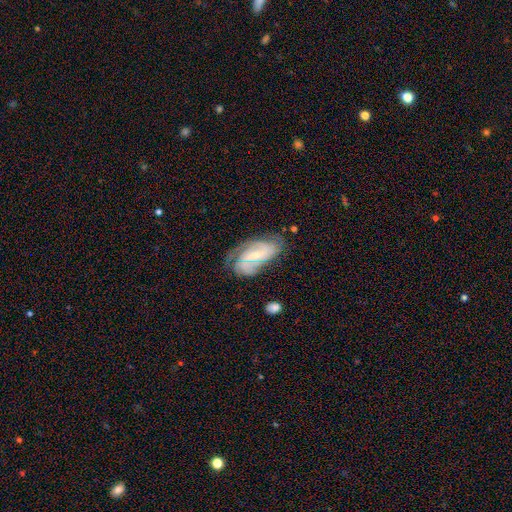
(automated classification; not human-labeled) The model was most divided on "bar": weak: 45%, no: 34%, strong: 22%. Remaining: edge-on disk — no (95%); spiral arms — yes (94%); smooth or featured — featured or disk (81%); bulge size — small (65%); merging — none (64%); spiral winding — tight (51%); spiral arm count — 2 (40%).